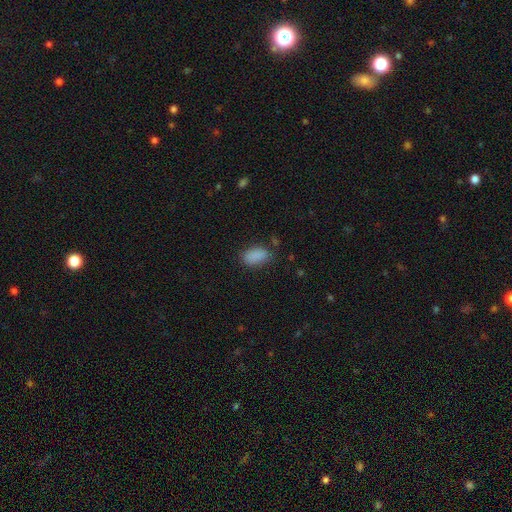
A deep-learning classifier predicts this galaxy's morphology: This appears to be a smooth galaxy with no disk features (87%) that is in between round and cigar-shaped (92%). Merging: none (76%).